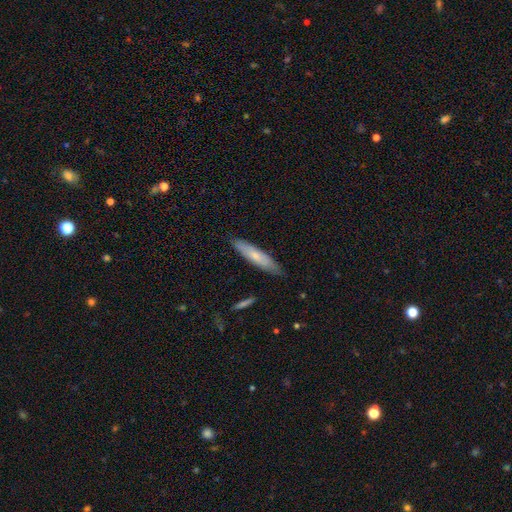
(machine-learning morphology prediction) The model was most divided on "smooth or featured": smooth: 63%, featured or disk: 31%, star or artifact: 6%. More confident: merging — none (83%); how rounded — cigar-shaped (82%).